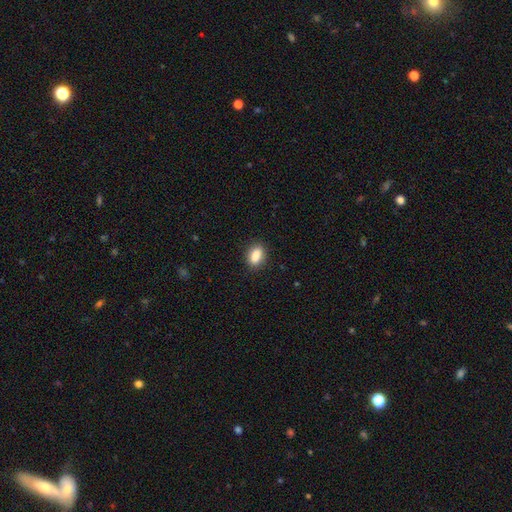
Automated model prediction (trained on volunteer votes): smooth 86%, star or artifact 9%, featured or disk 5%. Down the decision tree: how rounded — in between (83%); merging — none (85%).